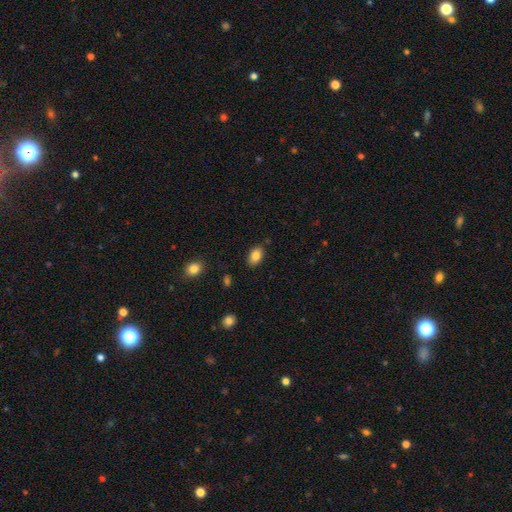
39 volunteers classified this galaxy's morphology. Smooth or featured? 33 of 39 (85%) said smooth. How rounded? 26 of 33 (79%) said in between. Merging? 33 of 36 (92%) said none.